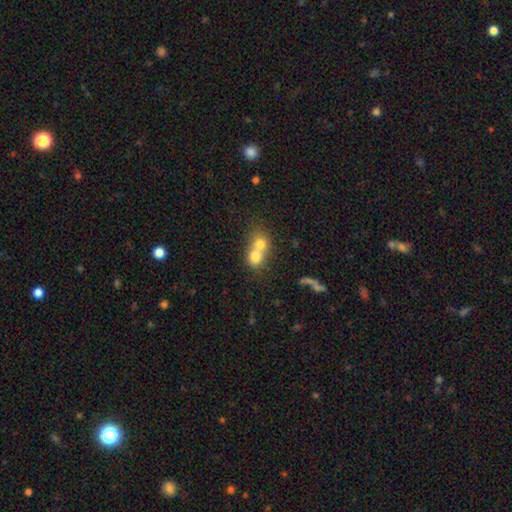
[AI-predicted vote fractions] The model was most divided on "how rounded": round: 68%, in between: 30%, cigar-shaped: 1%. More confident: merging — merger (73%); smooth or featured — smooth (70%).